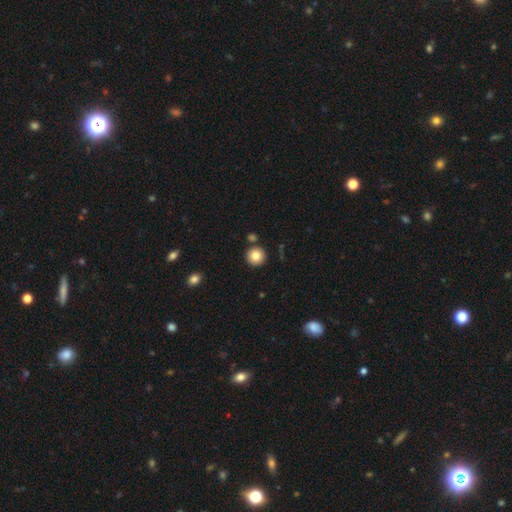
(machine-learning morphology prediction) smooth 83%, star or artifact 10%, featured or disk 8%. Down the decision tree: how rounded — round (95%); merging — none (86%).